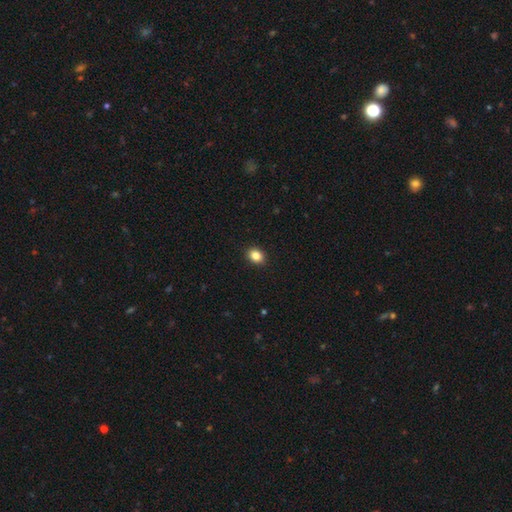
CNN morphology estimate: type=smooth (85%); roundness=round (51%); merging=none (91%).